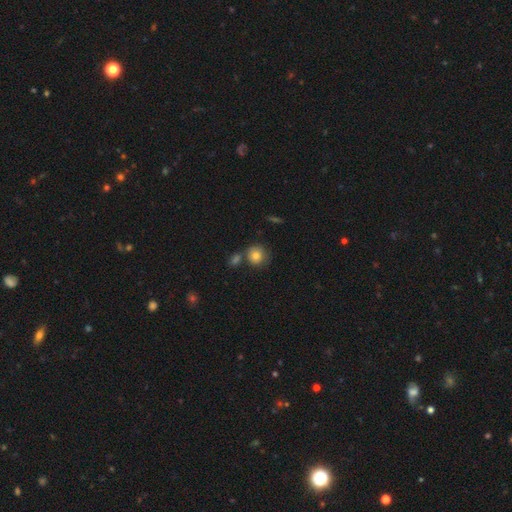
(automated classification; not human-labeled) Overall: smooth (81%). How rounded: round (87%). Merging: none (67%).